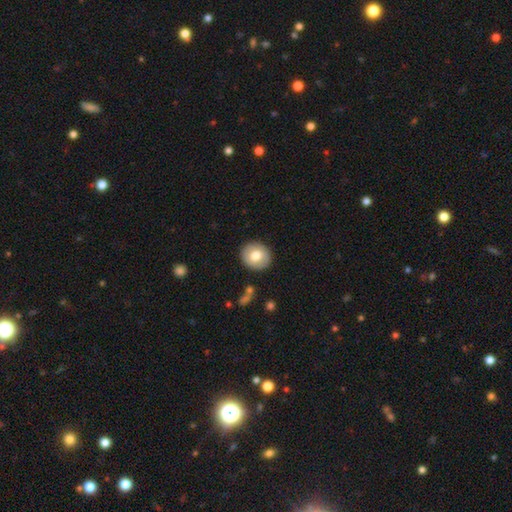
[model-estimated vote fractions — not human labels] Smooth or featured? Predicted: smooth (p=0.74). How rounded? Predicted: round (p=0.83). Merging? Predicted: none (p=0.90).